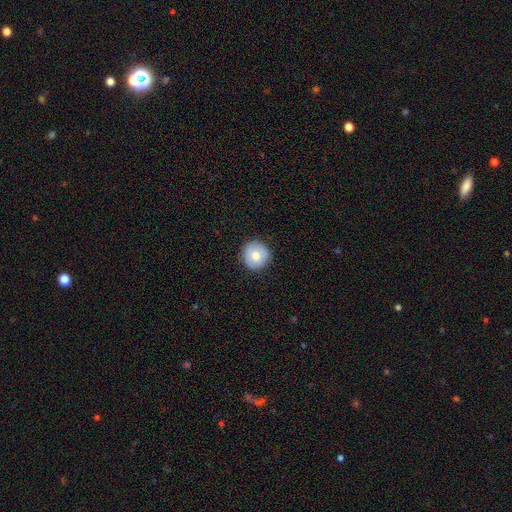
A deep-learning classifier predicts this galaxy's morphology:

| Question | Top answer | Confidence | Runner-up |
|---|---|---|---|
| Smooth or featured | smooth | 70% | featured or disk (22%) |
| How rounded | round | 93% | in between (6%) |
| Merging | none | 88% | minor disturbance (9%) |